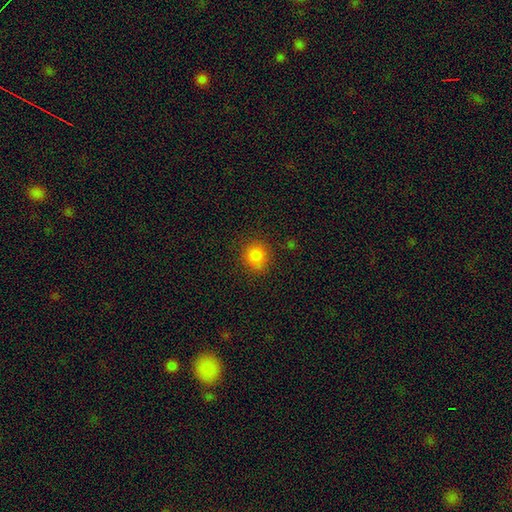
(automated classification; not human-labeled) This is clearly a smooth galaxy (84%). How rounded: clearly round (84%). Merging: clearly none (85%).